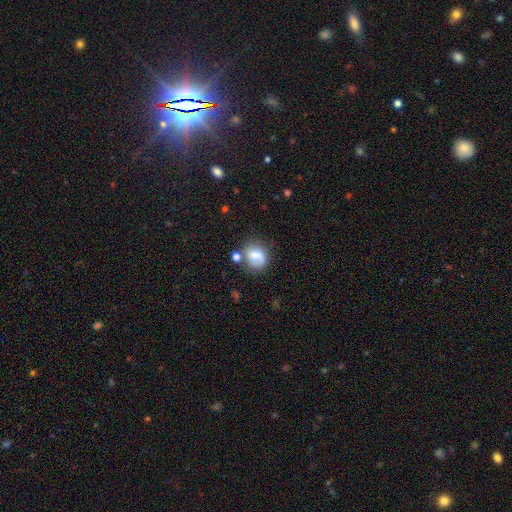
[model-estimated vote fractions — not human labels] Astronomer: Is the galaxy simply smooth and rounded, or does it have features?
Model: smooth — 66%.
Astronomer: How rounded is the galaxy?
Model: round — 65%.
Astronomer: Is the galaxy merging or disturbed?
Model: none — 55%.